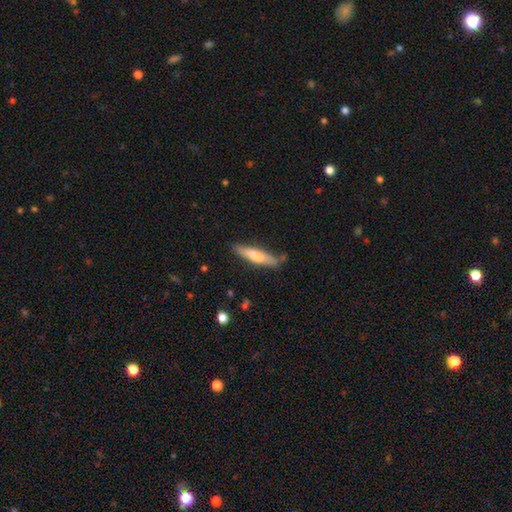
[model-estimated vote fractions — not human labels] Overall: smooth (65%; featured or disk 29%). How rounded: cigar-shaped (84%). Merging: none (75%).